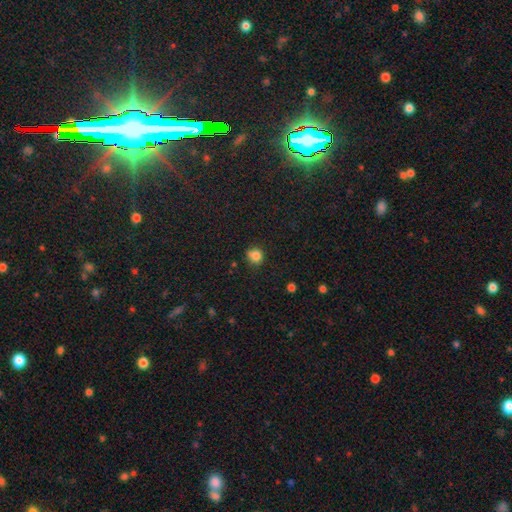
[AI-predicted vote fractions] Smooth or featured?
  - smooth: 82% *
  - star or artifact: 12%
  - featured or disk: 6%
How rounded?
  - round: 82% *
  - in between: 17%
  - cigar-shaped: 1%
Merging?
  - none: 64% *
  - minor disturbance: 24%
  - major disturbance: 6%
  - merger: 6%